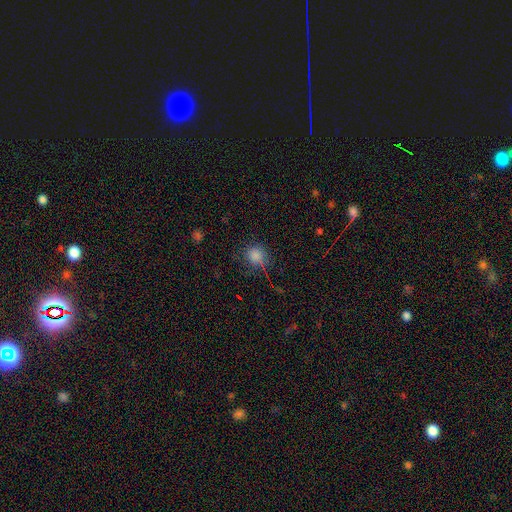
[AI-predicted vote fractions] Smooth or featured? Predicted: smooth (p=0.81). How rounded? Predicted: round (p=0.88). Merging? Predicted: none (p=0.76).